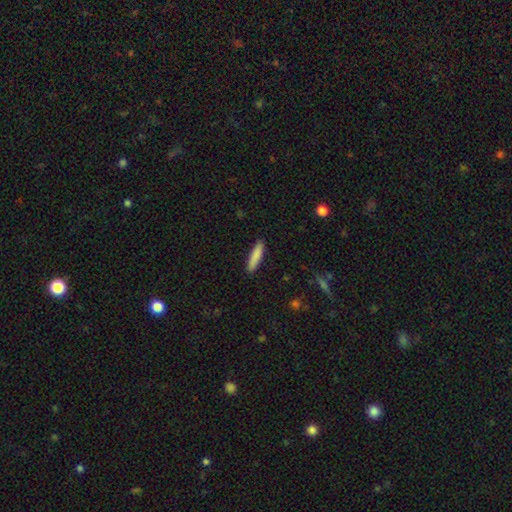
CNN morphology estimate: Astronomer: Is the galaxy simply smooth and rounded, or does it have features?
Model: smooth — 85%.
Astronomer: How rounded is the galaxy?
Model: cigar-shaped — 83%.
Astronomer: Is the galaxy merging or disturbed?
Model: none — 89%.